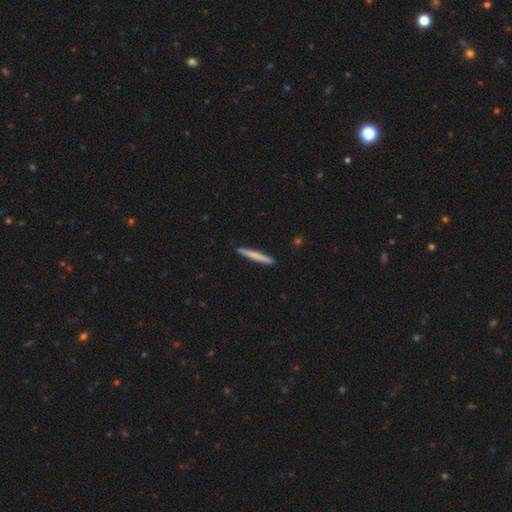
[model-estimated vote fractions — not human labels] A smooth galaxy with no disk features (70%) that is cigar-shaped (96%).

Vote fractions:
- Smooth or featured? smooth: 70% / featured or disk: 25% / star or artifact: 5%
- How rounded? cigar-shaped: 96% / in between: 3% / round: 1%
- Merging? none: 92% / minor disturbance: 6% / major disturbance: 1% / merger: 1%